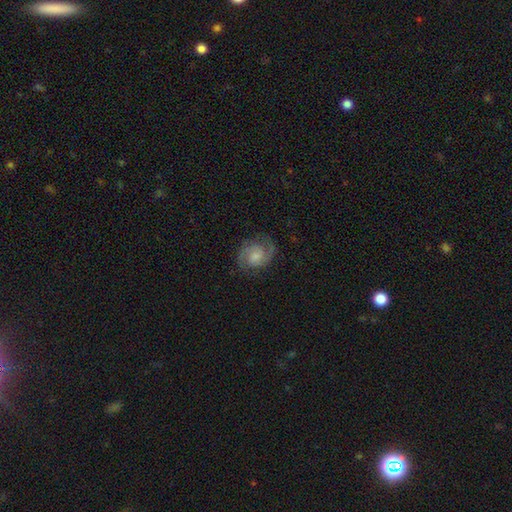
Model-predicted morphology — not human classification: type=featured or disk (81%); edge-on=no (98%); bar=no (50%); spiral arms=yes (97%); winding=medium (51%); arm count=2 (89%); bulge=moderate (34%); merging=none (79%).